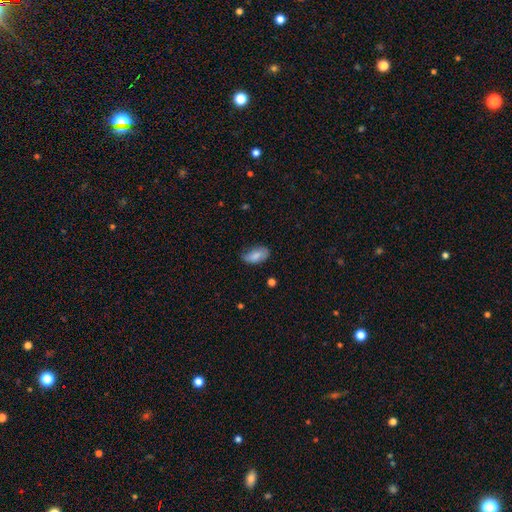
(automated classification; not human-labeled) A smooth galaxy with no disk features (82%) that is in between round and cigar-shaped (93%). Merging: none (66%).